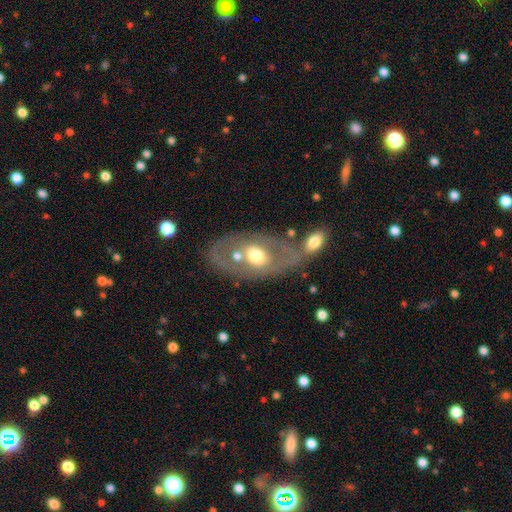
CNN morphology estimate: Q: Smooth or featured?
A: featured or disk (55%); runner-up: smooth (37%)
Q: Edge-on disk?
A: no (90%); runner-up: yes (10%)
Q: Merging?
A: none (52%); runner-up: merger (21%)